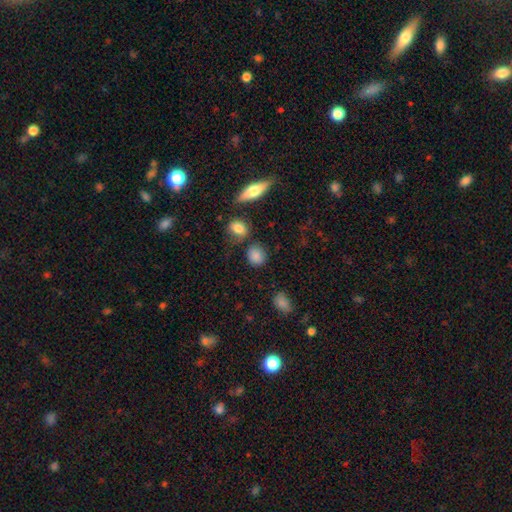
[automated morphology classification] The model was most divided on "how rounded": round: 74%, in between: 24%, cigar-shaped: 2%. More confident: smooth or featured — smooth (85%); merging — none (79%).